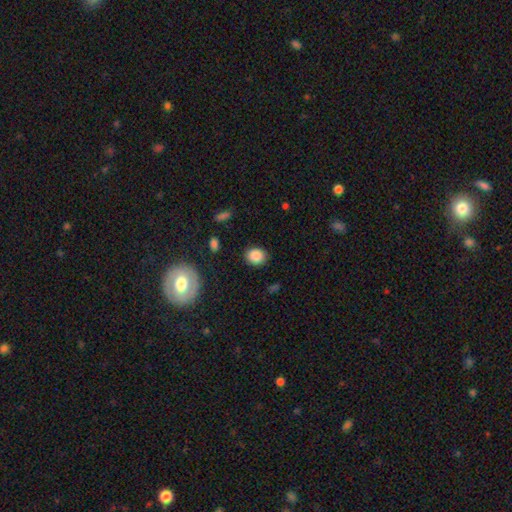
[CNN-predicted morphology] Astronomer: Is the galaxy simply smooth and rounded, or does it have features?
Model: smooth — 86%.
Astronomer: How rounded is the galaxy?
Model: round — 61% (runner-up: in between, 38%).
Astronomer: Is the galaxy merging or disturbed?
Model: none — 86%.